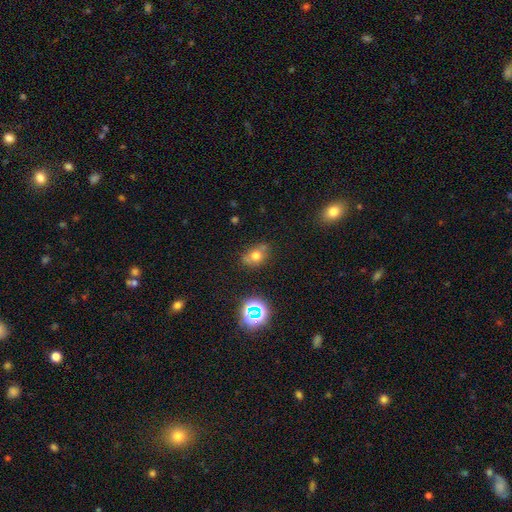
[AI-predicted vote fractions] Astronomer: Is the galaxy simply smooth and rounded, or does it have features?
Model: smooth — 66%.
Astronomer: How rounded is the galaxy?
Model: in between — 63%.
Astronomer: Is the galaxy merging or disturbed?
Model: none — 64%.